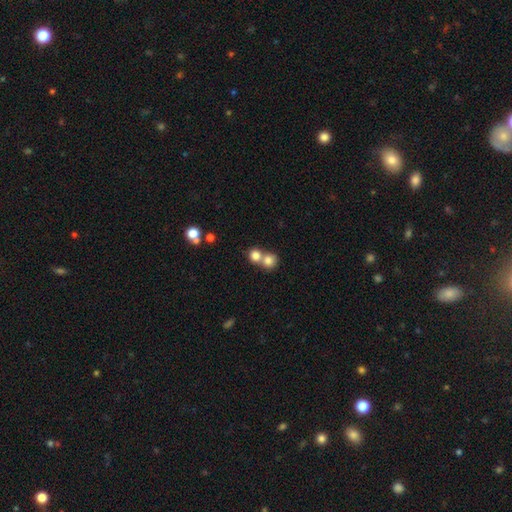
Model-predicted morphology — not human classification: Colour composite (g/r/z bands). It shows a smooth galaxy with no disk features (79%) that is round (85%). Merging: merger (52%).